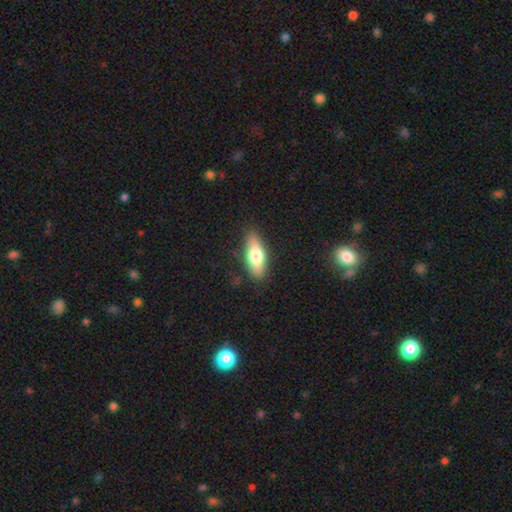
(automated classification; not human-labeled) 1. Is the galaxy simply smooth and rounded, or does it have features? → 68% smooth, 25% featured or disk, 6% star or artifact.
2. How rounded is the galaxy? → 68% in between, 29% cigar-shaped, 3% round.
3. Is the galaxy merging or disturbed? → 85% none, 11% minor disturbance, 3% major disturbance, 1% merger.